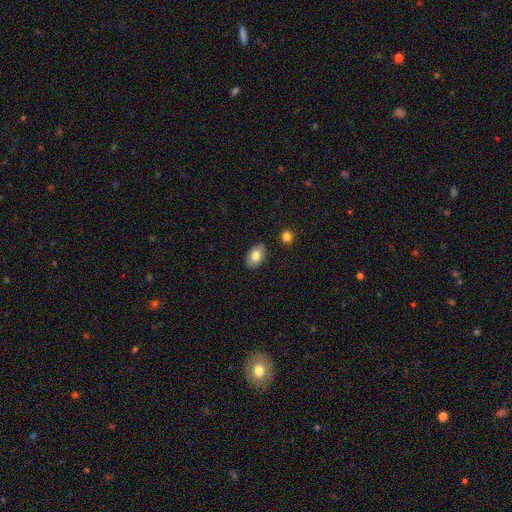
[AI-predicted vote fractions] Smooth or featured? Predicted: smooth (p=0.79). How rounded? Predicted: in between (p=0.90). Merging? Predicted: none (p=0.87).